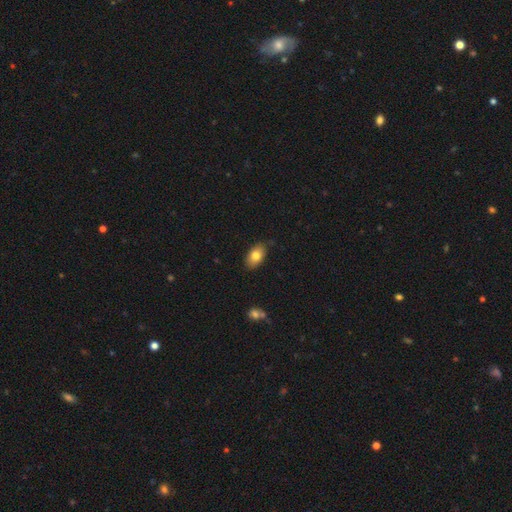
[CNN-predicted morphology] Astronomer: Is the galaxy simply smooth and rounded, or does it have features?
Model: smooth — 80%.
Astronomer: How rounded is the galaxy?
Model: in between — 91%.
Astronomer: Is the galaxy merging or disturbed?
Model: none — 82%.